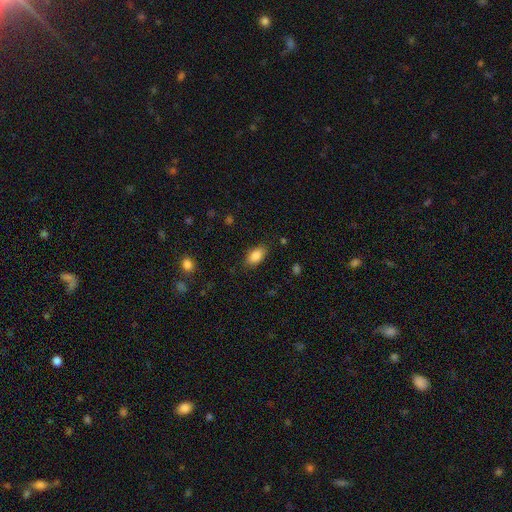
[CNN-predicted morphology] Smooth or featured? smooth (86%)
How rounded? in between (92%)
Merging? none (84%)